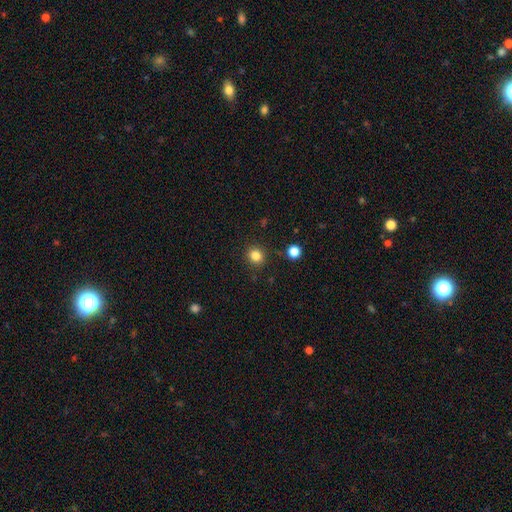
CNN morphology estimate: A smooth galaxy with no disk features (83%) that is round (88%).

Vote fractions:
- Smooth or featured? smooth: 83% / star or artifact: 13% / featured or disk: 4%
- How rounded? round: 88% / in between: 11% / cigar-shaped: 1%
- Merging? none: 90% / minor disturbance: 6% / major disturbance: 2% / merger: 2%